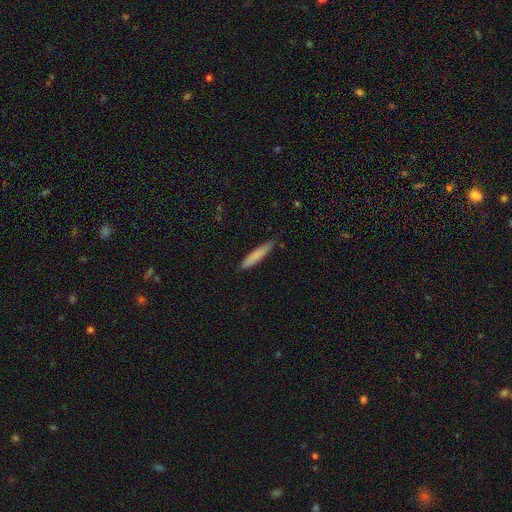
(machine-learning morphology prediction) Overall: smooth (81%). How rounded: cigar-shaped (90%). Merging: none (80%).